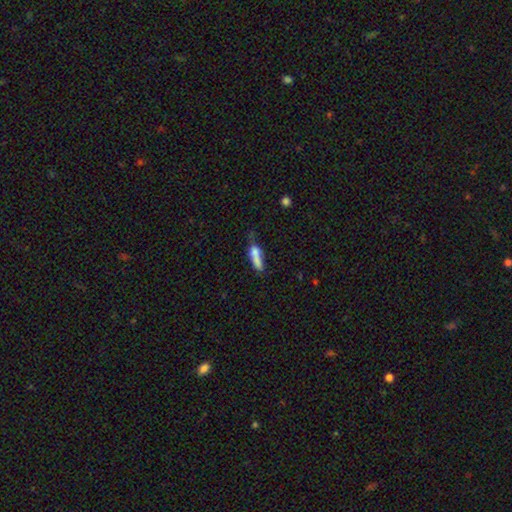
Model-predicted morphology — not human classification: Smooth or featured: smooth — 69% (featured or disk — 21%)
How rounded: cigar-shaped — 50% (in between — 45%)
Merging: none — 31% (merger — 26%)